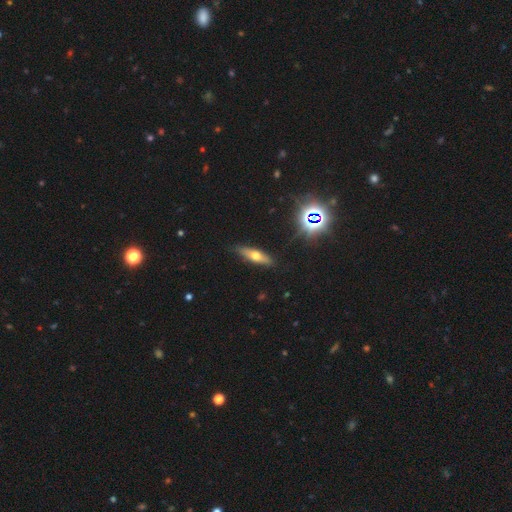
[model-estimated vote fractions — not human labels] smooth 48%, featured or disk 40%, star or artifact 12%. Down the decision tree: merging — none (86%).